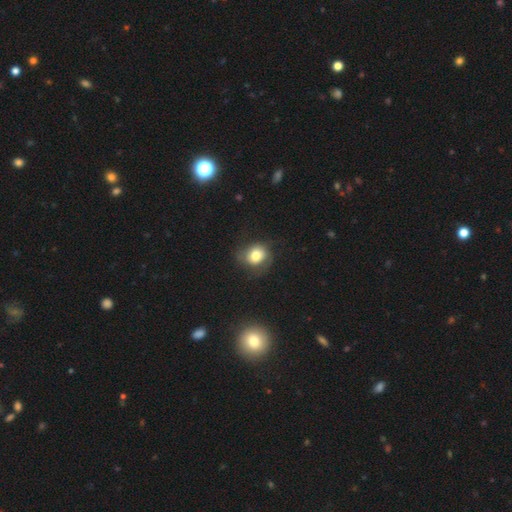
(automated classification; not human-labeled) Overall: smooth (70%). How rounded: round (66%; in between 34%). Merging: none (61%; minor disturbance 24%).